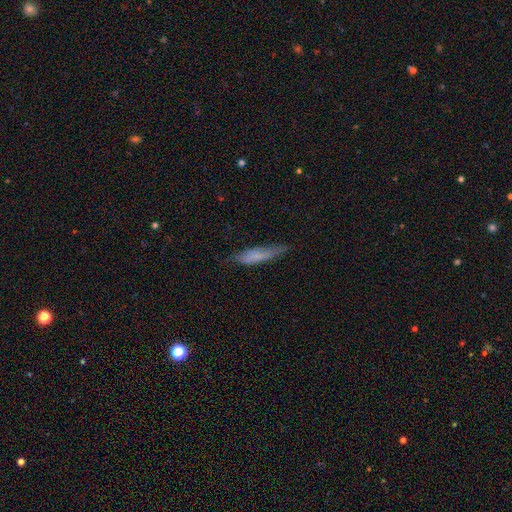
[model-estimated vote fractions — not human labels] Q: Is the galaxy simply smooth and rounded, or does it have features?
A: smooth — 66%.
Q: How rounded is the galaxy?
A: cigar-shaped — 80%.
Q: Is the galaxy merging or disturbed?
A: none — 63%.